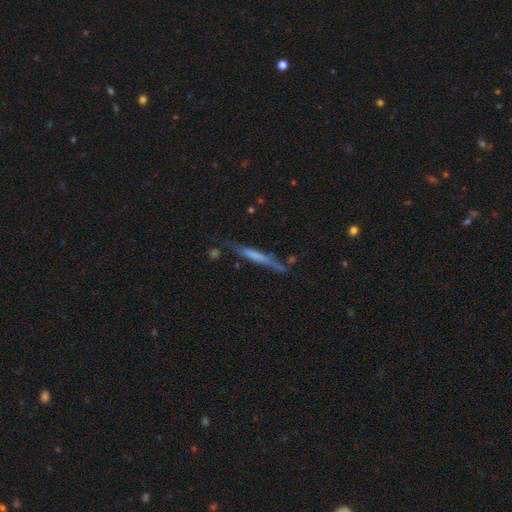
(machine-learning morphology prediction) Smooth or featured? featured or disk (47%, tied with smooth)
Merging? none (69%)